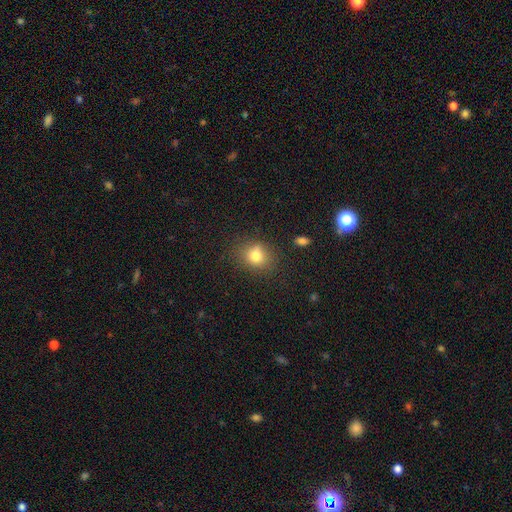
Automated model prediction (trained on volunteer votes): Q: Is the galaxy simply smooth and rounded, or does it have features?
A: smooth — 78%.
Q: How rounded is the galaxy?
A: round — 61%.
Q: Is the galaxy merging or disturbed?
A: none — 76%.